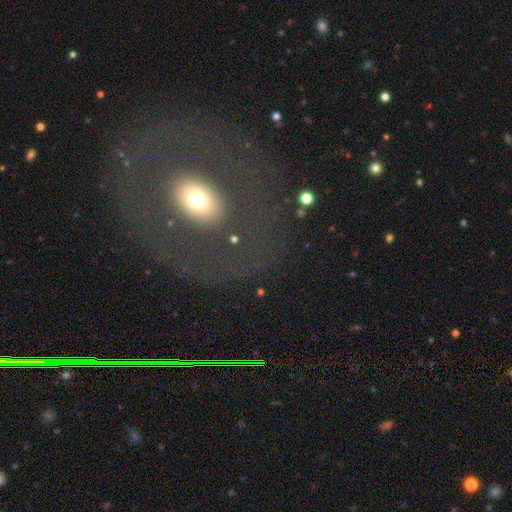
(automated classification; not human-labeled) Overall: featured or disk (45%; smooth 38%). Merging: none (84%).